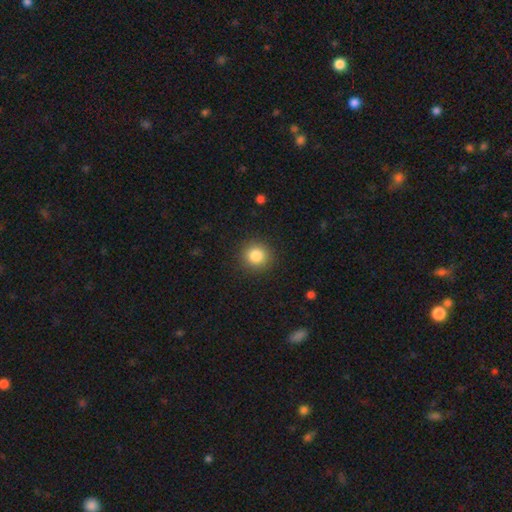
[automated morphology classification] Smooth or featured: smooth — 84% (star or artifact — 11%)
How rounded: round — 91% (in between — 8%)
Merging: none — 90% (minor disturbance — 7%)